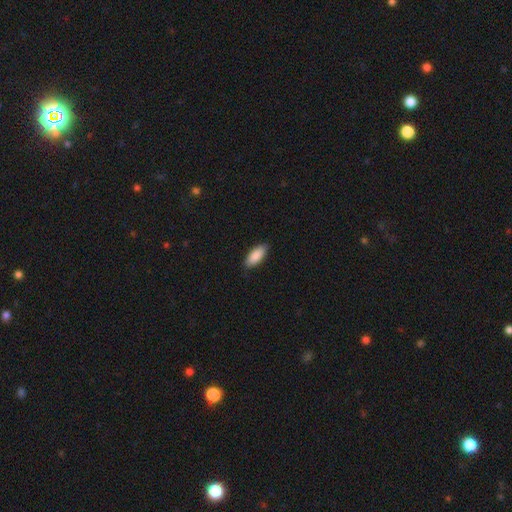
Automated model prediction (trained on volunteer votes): Overall: smooth (89%). How rounded: in between (82%). Merging: none (88%).